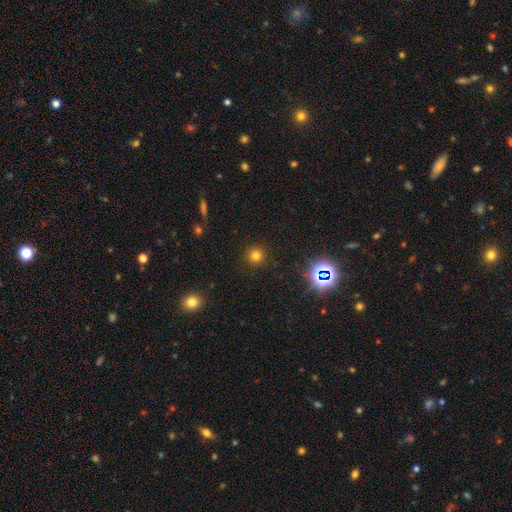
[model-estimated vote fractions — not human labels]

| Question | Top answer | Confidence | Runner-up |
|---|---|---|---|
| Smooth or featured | smooth | 74% | star or artifact (20%) |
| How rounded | round | 94% | in between (5%) |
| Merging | none | 90% | minor disturbance (6%) |